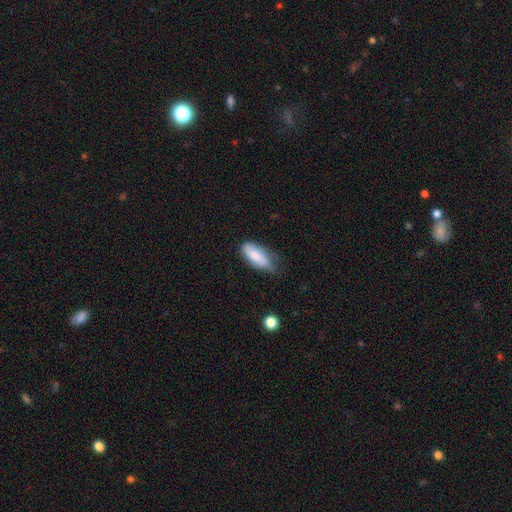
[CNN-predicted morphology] Smooth or featured? Predicted: smooth (p=0.81). How rounded? Predicted: in between (p=0.80). Merging? Predicted: minor disturbance (p=0.44).